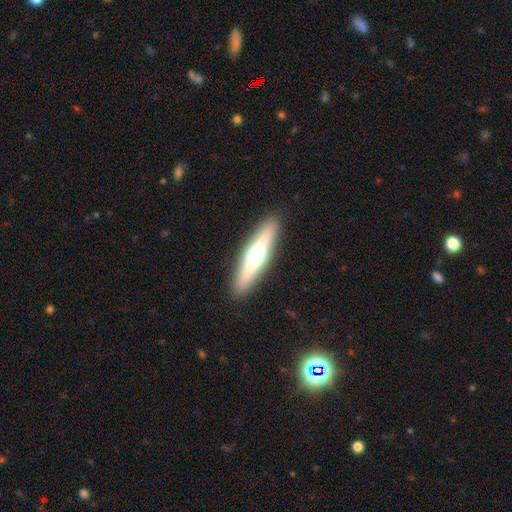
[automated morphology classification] A featured or disk galaxy (56%) viewed edge-on (92%) with a rounded central bulge (93%).

Vote fractions:
- Smooth or featured? featured or disk: 56% / smooth: 37% / star or artifact: 7%
- Edge-on disk? yes: 92% / no: 8%
- Edge-on bulge? rounded: 93% / boxy: 3% / none: 3%
- Merging? none: 90% / minor disturbance: 7% / major disturbance: 2% / merger: 1%